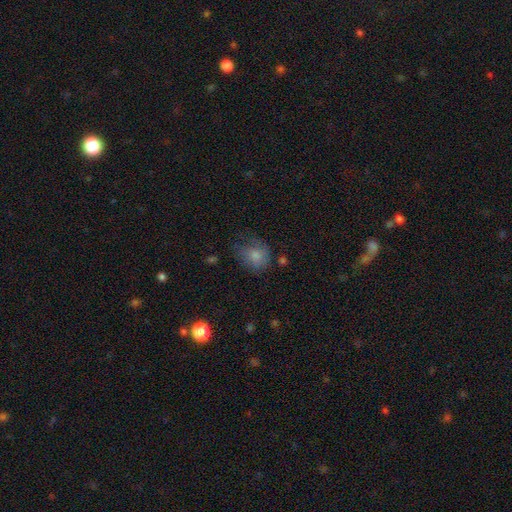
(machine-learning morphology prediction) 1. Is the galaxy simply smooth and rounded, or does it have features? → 77% smooth, 13% featured or disk, 10% star or artifact.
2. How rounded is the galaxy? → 64% round, 35% in between, 1% cigar-shaped.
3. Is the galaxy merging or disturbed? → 50% none, 28% minor disturbance, 19% major disturbance, 3% merger.